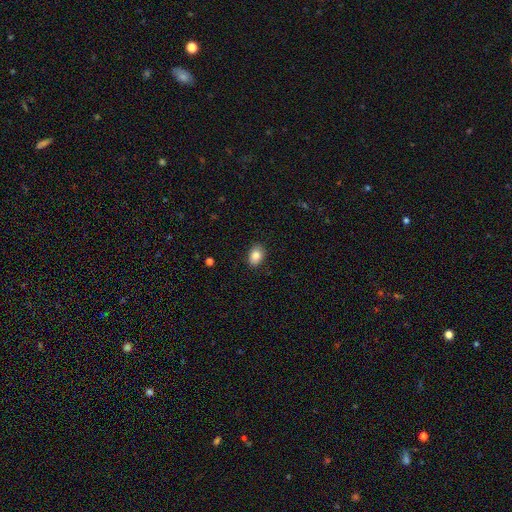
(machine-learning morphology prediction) A smooth galaxy with no disk features (84%) that is in between round and cigar-shaped (77%).

Vote fractions:
- Smooth or featured? smooth: 84% / star or artifact: 8% / featured or disk: 7%
- How rounded? in between: 77% / round: 22% / cigar-shaped: 1%
- Merging? none: 88% / minor disturbance: 9% / major disturbance: 2% / merger: 1%